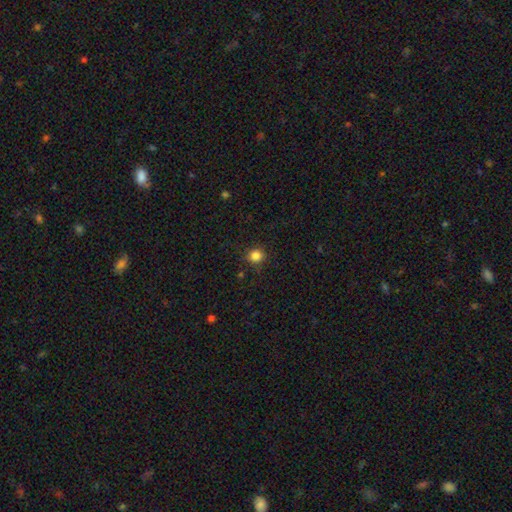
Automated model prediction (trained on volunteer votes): The model was most divided on "smooth or featured": smooth: 84%, star or artifact: 12%, featured or disk: 4%. More confident: how rounded — round (90%); merging — none (89%).